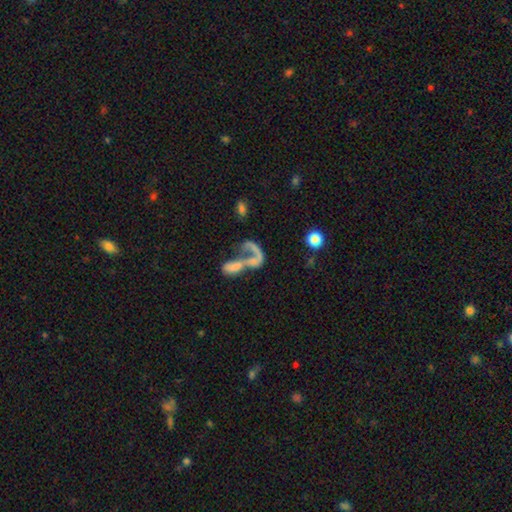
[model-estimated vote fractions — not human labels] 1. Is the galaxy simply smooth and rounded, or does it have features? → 57% featured or disk, 32% smooth, 11% star or artifact.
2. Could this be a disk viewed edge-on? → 94% no, 6% yes.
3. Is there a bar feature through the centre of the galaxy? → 73% no, 17% weak, 10% strong.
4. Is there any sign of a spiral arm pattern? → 56% no, 44% yes.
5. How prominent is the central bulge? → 59% none, 22% small, 13% moderate, 4% large, 3% dominant.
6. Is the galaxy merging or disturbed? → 49% merger, 30% major disturbance, 14% none, 7% minor disturbance.